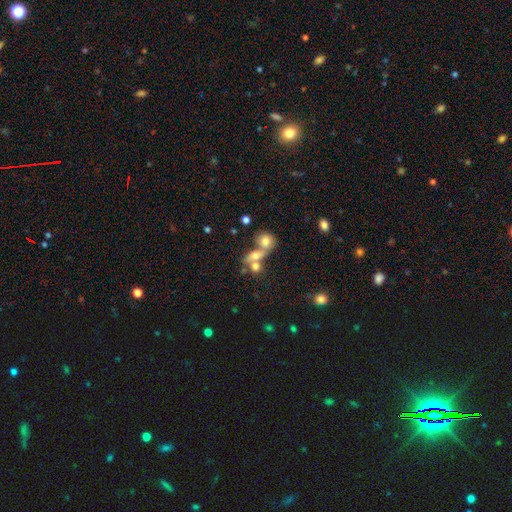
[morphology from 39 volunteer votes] Smooth or featured? smooth (67%)
How rounded? in between (69%)
Merging? none (61%)